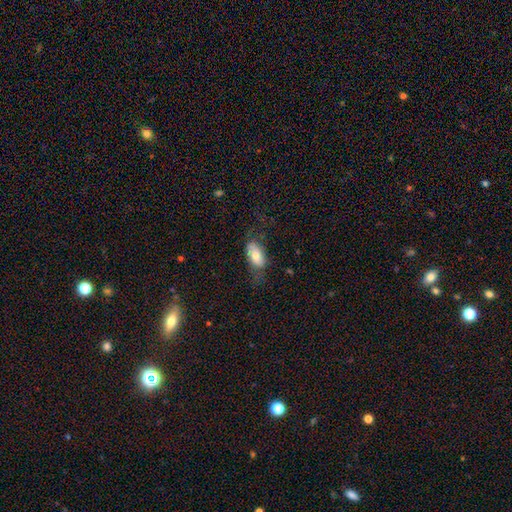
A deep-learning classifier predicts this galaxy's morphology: Smooth or featured?
  - smooth: 68% *
  - featured or disk: 25%
  - star or artifact: 7%
How rounded?
  - in between: 91% *
  - cigar-shaped: 5%
  - round: 4%
Merging?
  - none: 58% *
  - minor disturbance: 25%
  - major disturbance: 16%
  - merger: 2%